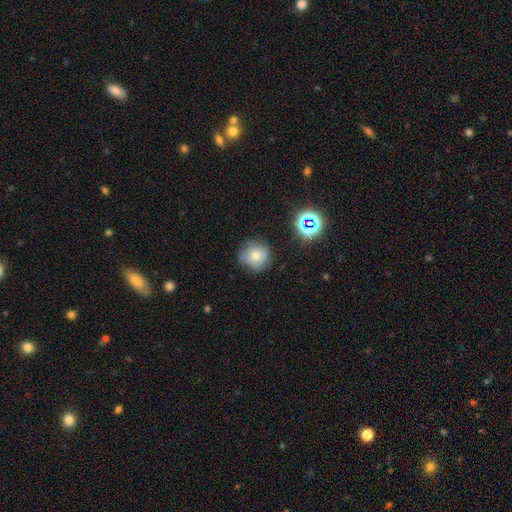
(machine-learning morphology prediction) Smooth or featured?
  - smooth: 60% *
  - featured or disk: 23%
  - star or artifact: 17%
How rounded?
  - round: 90% *
  - in between: 9%
  - cigar-shaped: 1%
Merging?
  - none: 71% *
  - minor disturbance: 22%
  - major disturbance: 6%
  - merger: 2%